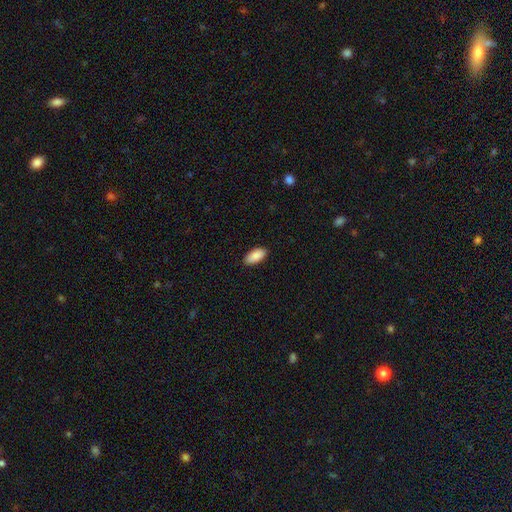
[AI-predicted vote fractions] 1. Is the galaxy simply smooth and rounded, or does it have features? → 90% smooth, 6% star or artifact, 4% featured or disk.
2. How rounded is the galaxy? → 92% in between, 6% cigar-shaped, 2% round.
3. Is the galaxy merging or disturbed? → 88% none, 10% minor disturbance, 2% major disturbance, 1% merger.